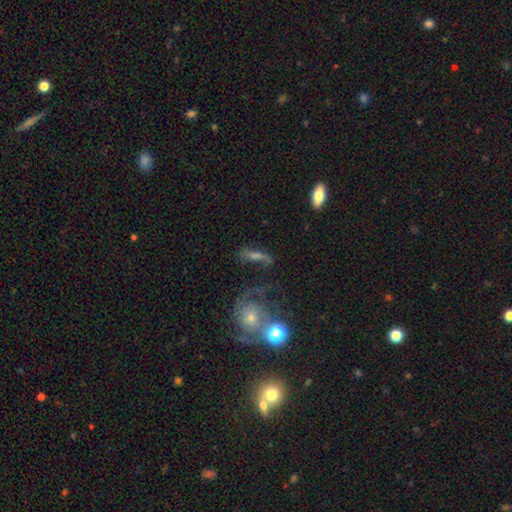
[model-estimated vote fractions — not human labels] Overall: featured or disk (52%; smooth 31%). Edge-on disk: no (74%). Merging: none (52%; minor disturbance 20%).